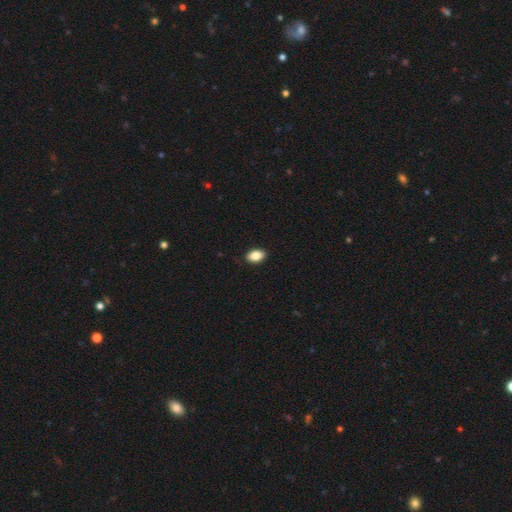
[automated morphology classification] This is clearly a smooth galaxy (86%). How rounded: clearly in between (88%). Merging: clearly none (89%).